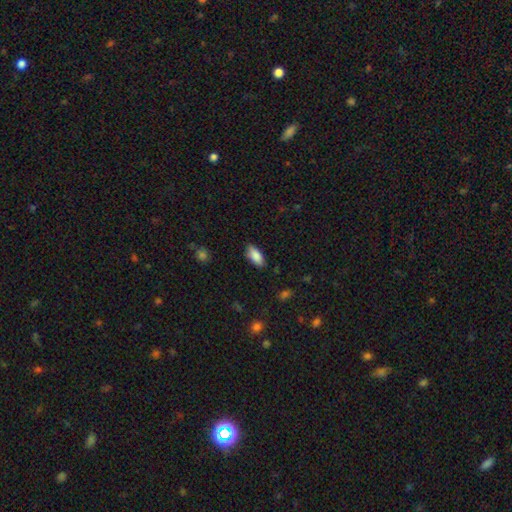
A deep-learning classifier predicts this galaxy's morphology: type=smooth (88%); roundness=in between (88%); merging=none (85%).